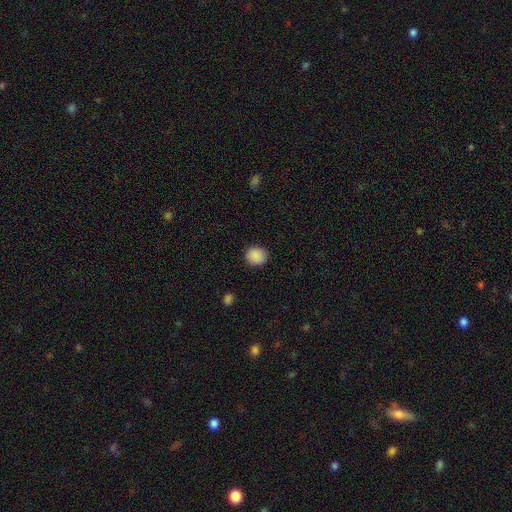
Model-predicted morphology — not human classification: This appears to be a smooth galaxy with no disk features (89%) that is round (85%). Merging: none (91%).